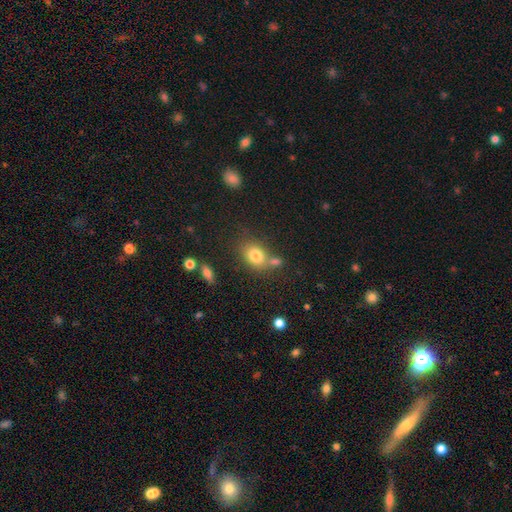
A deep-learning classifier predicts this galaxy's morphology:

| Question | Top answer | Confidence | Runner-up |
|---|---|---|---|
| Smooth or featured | smooth | 79% | star or artifact (11%) |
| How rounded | in between | 62% | round (37%) |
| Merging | none | 59% | merger (22%) |